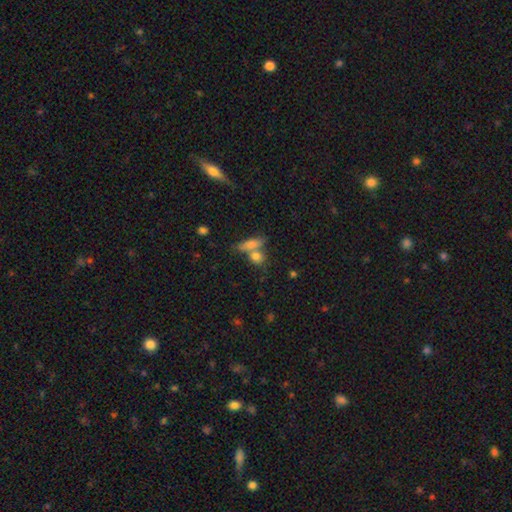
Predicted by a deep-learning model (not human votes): smooth_or_featured: smooth (p=0.77) [alt: featured or disk p=0.13]
how_rounded: round (p=0.46) [alt: in between p=0.40]
merging: none (p=0.46) [alt: merger p=0.40]